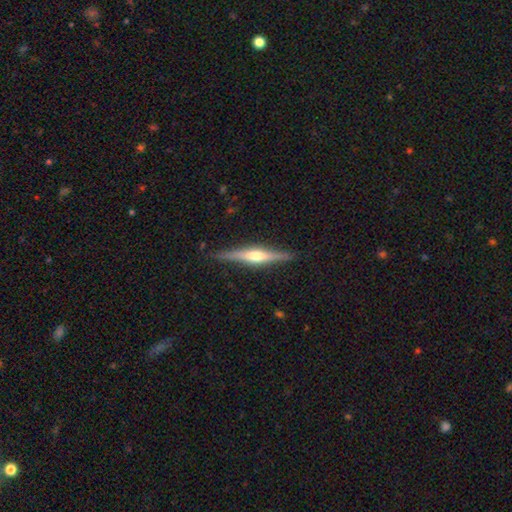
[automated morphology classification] Q: Smooth or featured?
A: featured or disk (73%); runner-up: smooth (21%)
Q: Edge-on disk?
A: yes (97%); runner-up: no (3%)
Q: Edge-on bulge?
A: rounded (83%); runner-up: boxy (11%)
Q: Merging?
A: none (88%); runner-up: minor disturbance (9%)